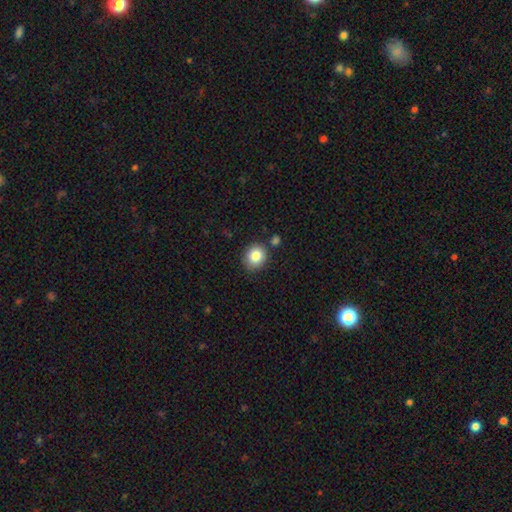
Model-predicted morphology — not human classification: smooth-or-featured: smooth: 84% | star or artifact: 9% | featured or disk: 7%
  how-rounded: round: 75% | in between: 24% | cigar-shaped: 1%
  merging: none: 80% | minor disturbance: 11% | merger: 6% | major disturbance: 3%